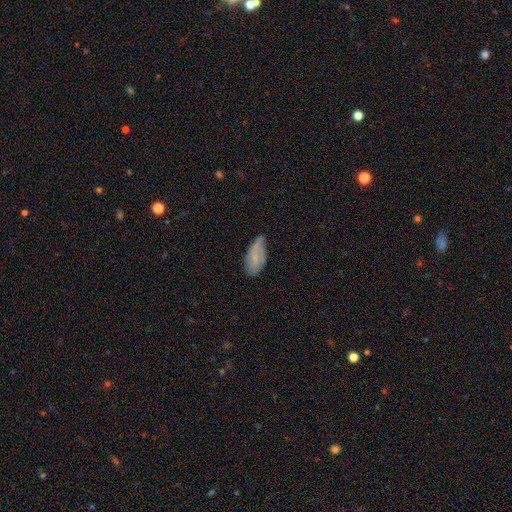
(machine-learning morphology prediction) A smooth galaxy with no disk features (61%) that is in between round and cigar-shaped (88%).

Vote fractions:
- Smooth or featured? smooth: 61% / featured or disk: 30% / star or artifact: 9%
- How rounded? in between: 88% / cigar-shaped: 10% / round: 3%
- Merging? none: 49% / minor disturbance: 38% / major disturbance: 11% / merger: 2%